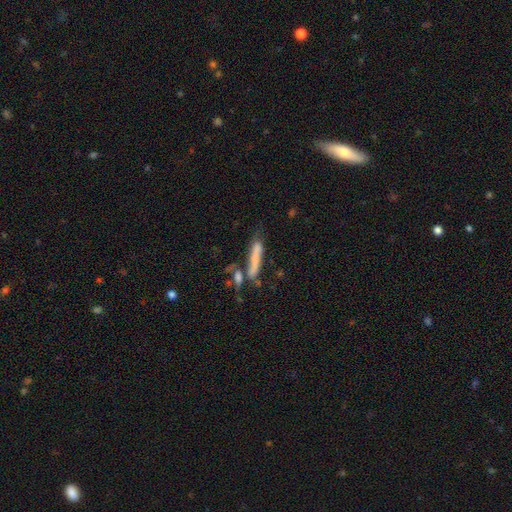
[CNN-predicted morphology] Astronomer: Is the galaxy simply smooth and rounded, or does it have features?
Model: smooth — 57% (runner-up: featured or disk, 33%).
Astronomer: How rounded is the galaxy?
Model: cigar-shaped — 81%.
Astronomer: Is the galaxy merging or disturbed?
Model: none — 35% (runner-up: merger, 33%).